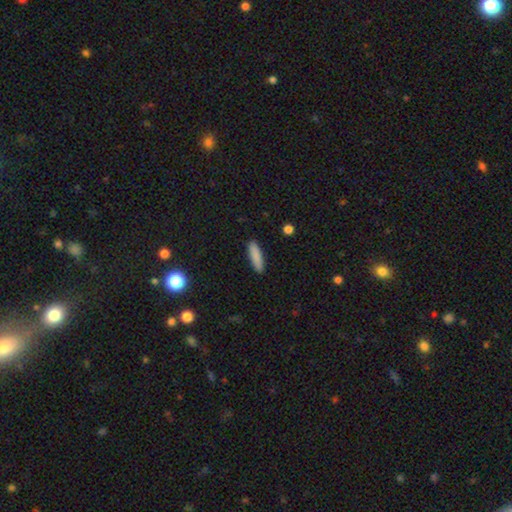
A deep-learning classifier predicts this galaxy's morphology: smooth 87%, star or artifact 7%, featured or disk 7%. Down the decision tree: how rounded — cigar-shaped (71%); merging — none (90%).